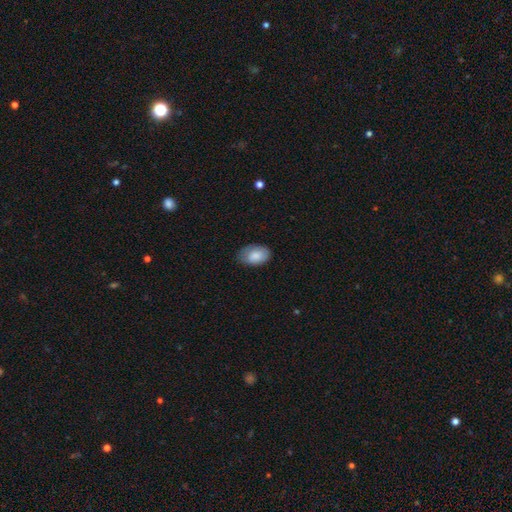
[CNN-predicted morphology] Smooth or featured? smooth (82%)
How rounded? in between (90%)
Merging? none (67%)